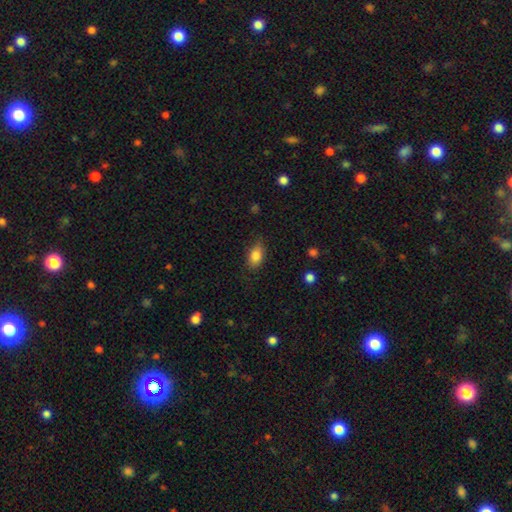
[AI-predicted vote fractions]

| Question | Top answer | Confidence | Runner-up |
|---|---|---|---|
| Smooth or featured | smooth | 83% | featured or disk (8%) |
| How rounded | in between | 86% | round (10%) |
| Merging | none | 77% | minor disturbance (18%) |